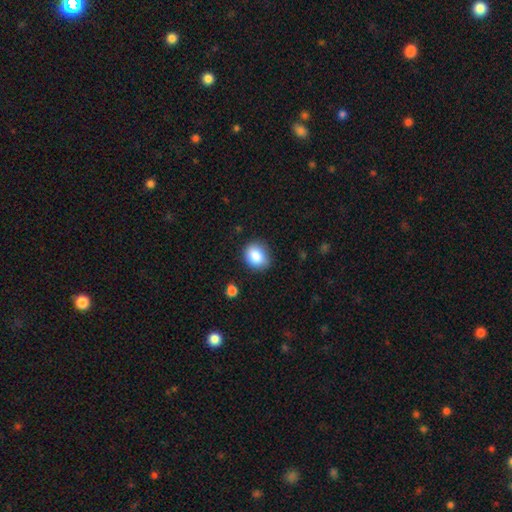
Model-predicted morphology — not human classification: Smooth or featured? smooth (85%)
How rounded? round (59%)
Merging? none (84%)